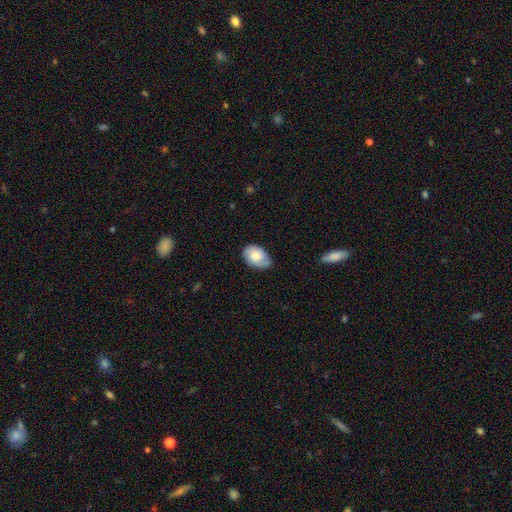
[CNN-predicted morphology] Smooth or featured? smooth (59%)
How rounded? in between (86%)
Merging? none (70%)